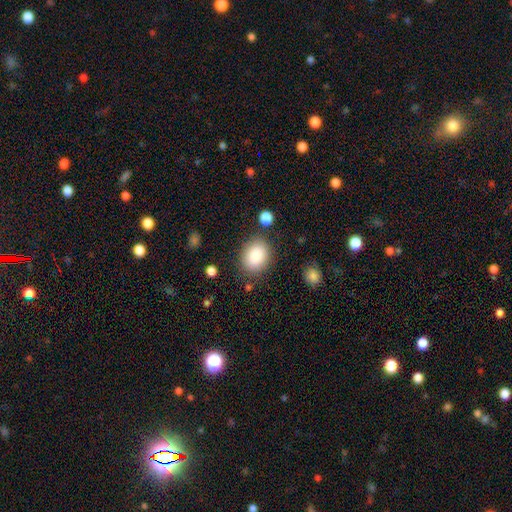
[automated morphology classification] Smooth or featured? smooth (86%)
How rounded? in between (51%)
Merging? none (82%)